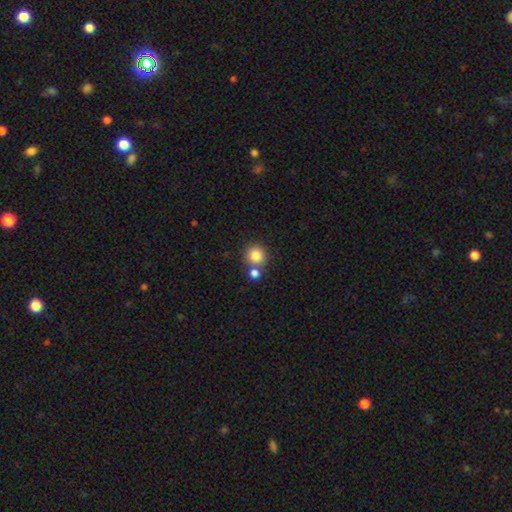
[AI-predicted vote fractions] Smooth or featured?
  - smooth: 83% *
  - star or artifact: 10%
  - featured or disk: 6%
How rounded?
  - round: 93% *
  - in between: 6%
  - cigar-shaped: 1%
Merging?
  - none: 69% *
  - merger: 21%
  - minor disturbance: 7%
  - major disturbance: 3%